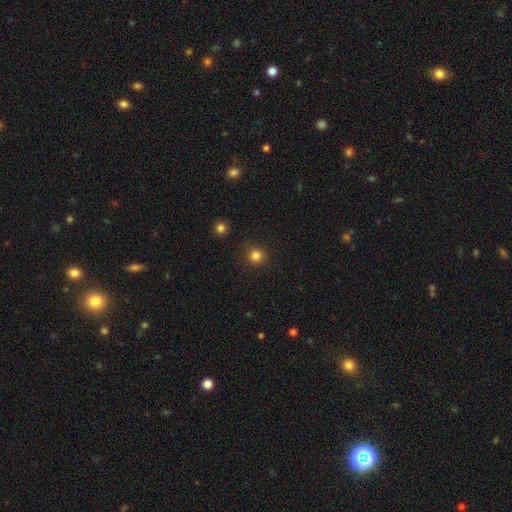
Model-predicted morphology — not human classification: smooth_or_featured: smooth (p=0.82) [alt: star or artifact p=0.13]
how_rounded: round (p=0.93) [alt: in between p=0.06]
merging: none (p=0.90) [alt: minor disturbance p=0.06]